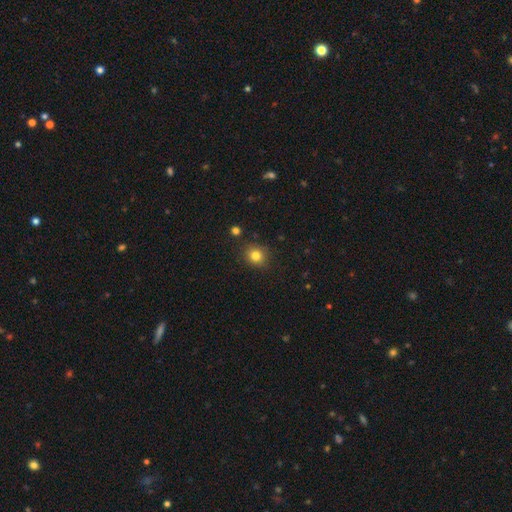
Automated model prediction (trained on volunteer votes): This appears to be a smooth galaxy with no disk features (81%) that is round (82%). Merging: none (86%).